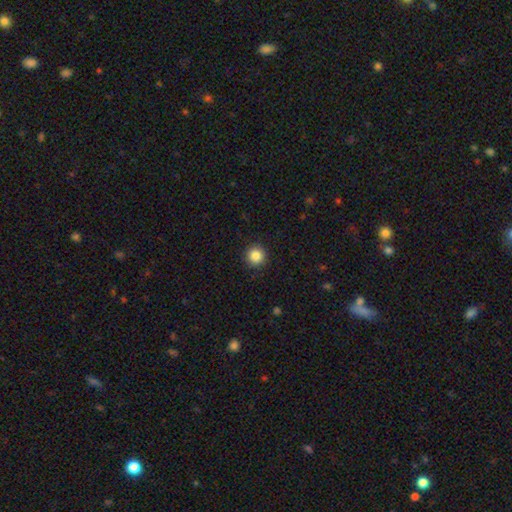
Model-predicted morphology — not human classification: Smooth or featured? Predicted: smooth (p=0.86). How rounded? Predicted: round (p=0.96). Merging? Predicted: none (p=0.93).